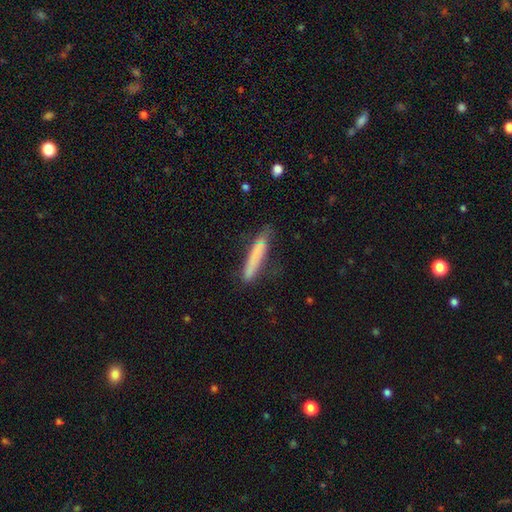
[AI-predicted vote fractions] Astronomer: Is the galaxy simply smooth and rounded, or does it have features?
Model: smooth — 76%.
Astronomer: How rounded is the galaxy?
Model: cigar-shaped — 92%.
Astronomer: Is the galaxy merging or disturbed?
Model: none — 71%.